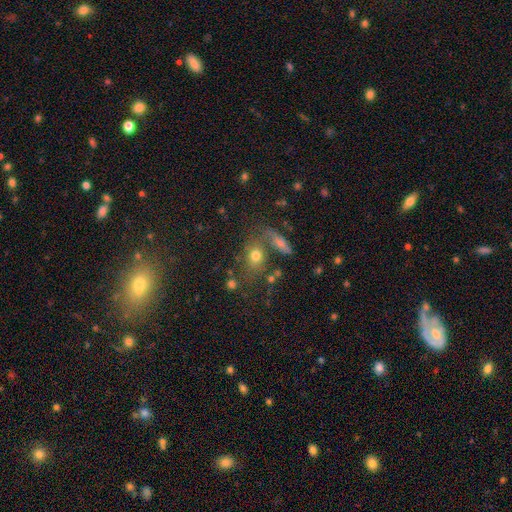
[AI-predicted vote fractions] This appears to be a smooth galaxy with no disk features (71%) that is in between round and cigar-shaped (55%). Merging: none (59%).